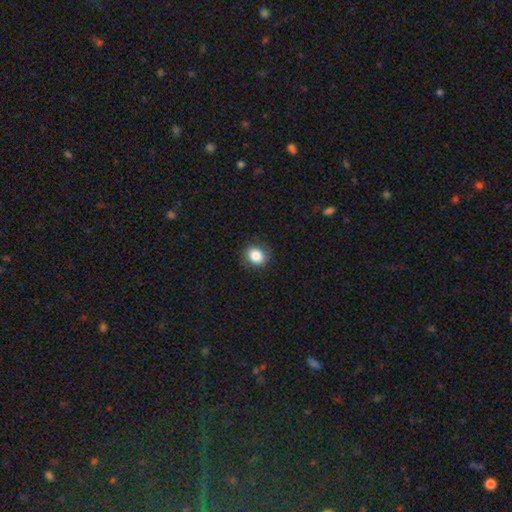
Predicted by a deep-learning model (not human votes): Smooth or featured: smooth — 84% (star or artifact — 9%)
How rounded: round — 59% (in between — 40%)
Merging: none — 87% (minor disturbance — 10%)